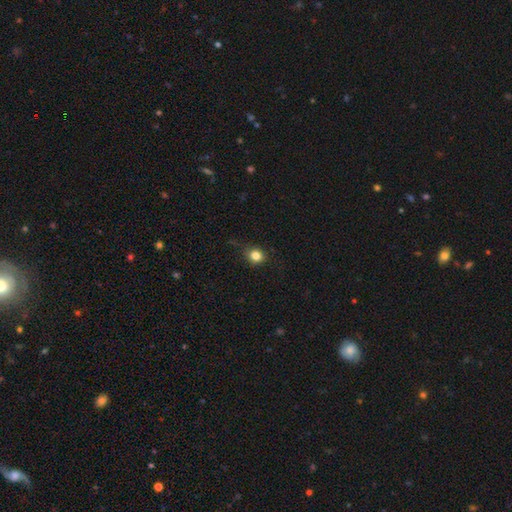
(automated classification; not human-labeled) Smooth or featured: smooth — 83% (star or artifact — 12%)
How rounded: round — 77% (in between — 22%)
Merging: none — 79% (minor disturbance — 16%)